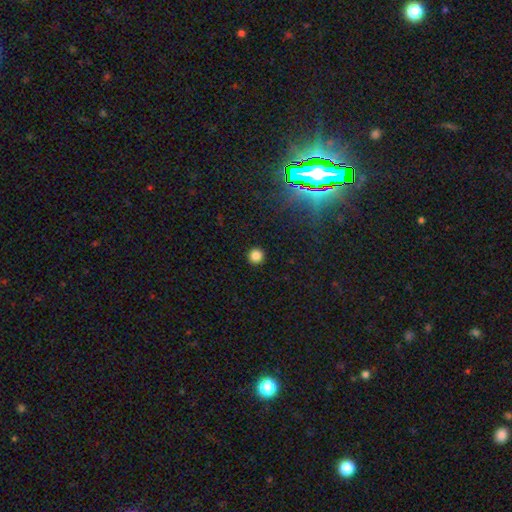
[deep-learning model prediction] Morphology: type=smooth (83%); roundness=round (96%); merging=none (94%).